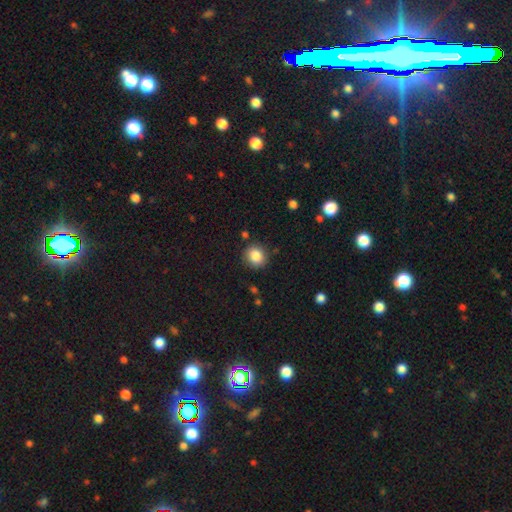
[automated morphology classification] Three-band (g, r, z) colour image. It shows a smooth galaxy with no disk features (85%) that is round (82%). Merging: none (86%).